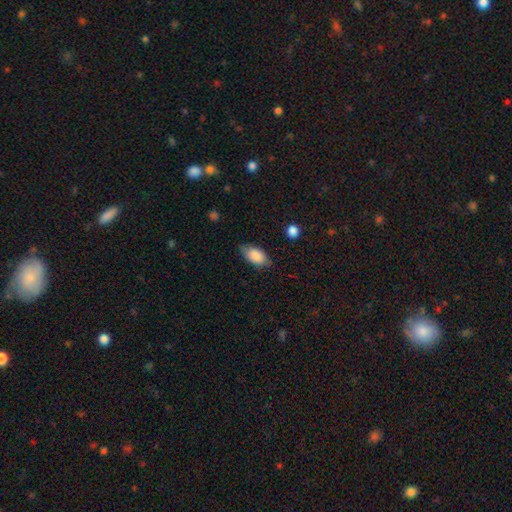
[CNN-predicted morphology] smooth-or-featured: smooth: 86% | featured or disk: 7% | star or artifact: 7%
  how-rounded: in between: 92% | round: 4% | cigar-shaped: 3%
  merging: none: 74% | minor disturbance: 20% | major disturbance: 4% | merger: 1%